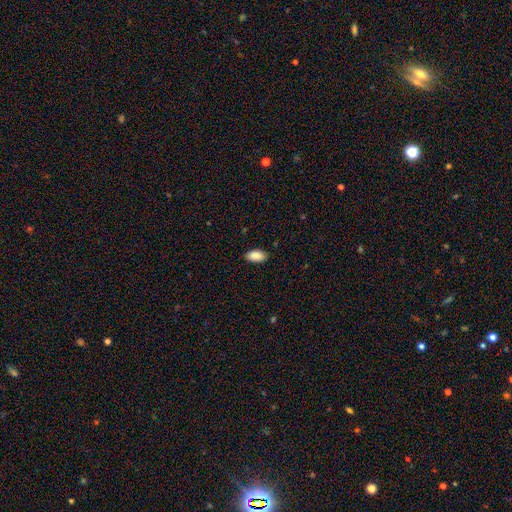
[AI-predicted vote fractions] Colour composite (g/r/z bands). It shows a smooth galaxy with no disk features (89%) that is in between round and cigar-shaped (94%). Merging: none (88%).